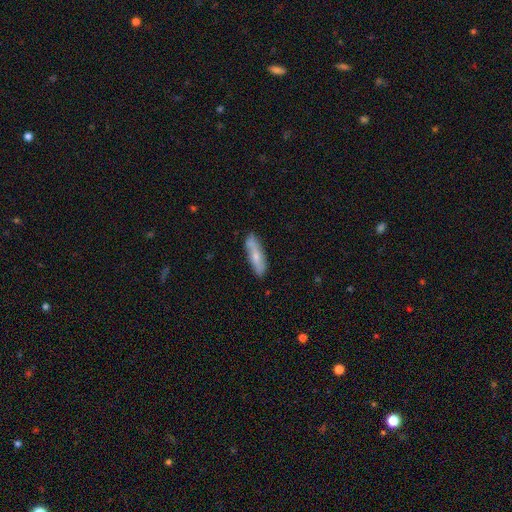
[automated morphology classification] Smooth or featured? smooth (54%)
How rounded? cigar-shaped (61%)
Merging? none (81%)